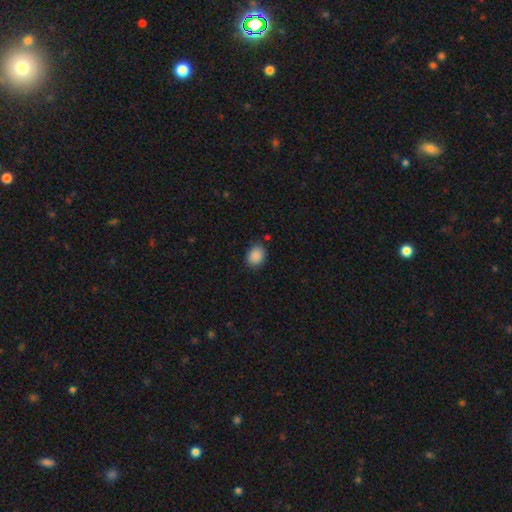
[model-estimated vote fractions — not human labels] Smooth or featured?
  - smooth: 89% *
  - star or artifact: 8%
  - featured or disk: 3%
How rounded?
  - round: 52% *
  - in between: 47%
  - cigar-shaped: 1%
Merging?
  - none: 82% *
  - minor disturbance: 13%
  - major disturbance: 3%
  - merger: 2%